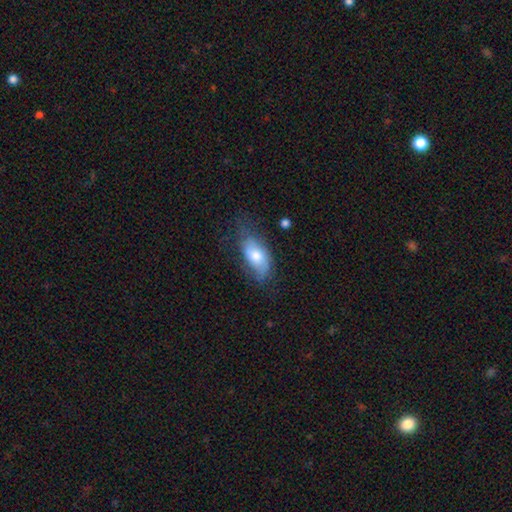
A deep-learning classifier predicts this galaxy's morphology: smooth-or-featured: smooth: 69% | featured or disk: 24% | star or artifact: 7%
  how-rounded: in between: 90% | cigar-shaped: 6% | round: 4%
  merging: none: 54% | minor disturbance: 30% | major disturbance: 14% | merger: 2%